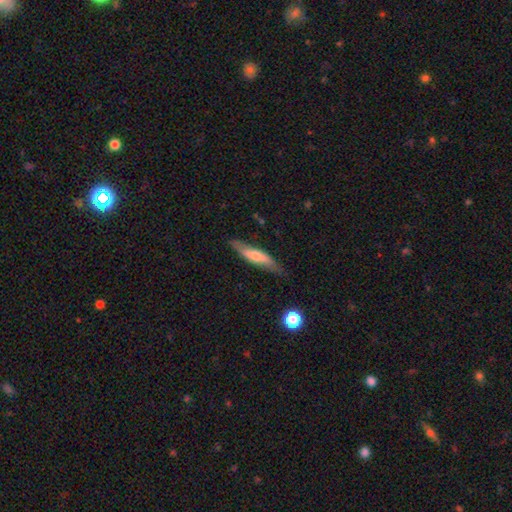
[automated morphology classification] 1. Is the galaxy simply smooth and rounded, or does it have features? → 49% smooth, 45% featured or disk, 6% star or artifact.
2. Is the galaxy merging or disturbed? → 79% none, 16% minor disturbance, 3% major disturbance, 2% merger.